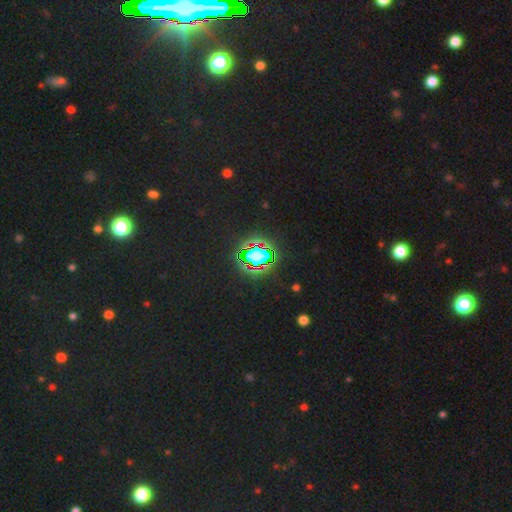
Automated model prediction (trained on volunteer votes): star or artifact 71%, smooth 18%, featured or disk 11%.